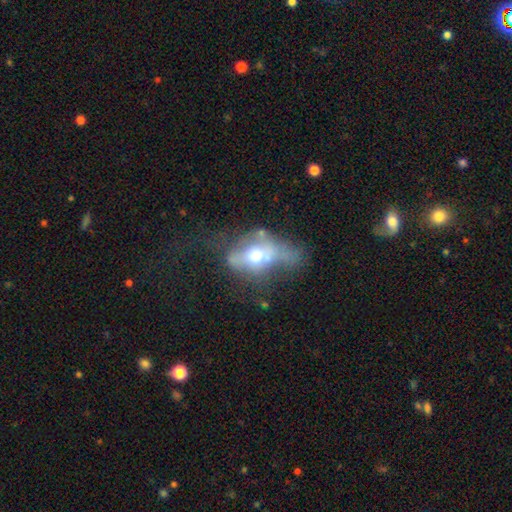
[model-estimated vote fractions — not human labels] Smooth or featured? Predicted: featured or disk (p=0.51). Edge-on disk? Predicted: no (p=0.81). Merging? Predicted: major disturbance (p=0.44).